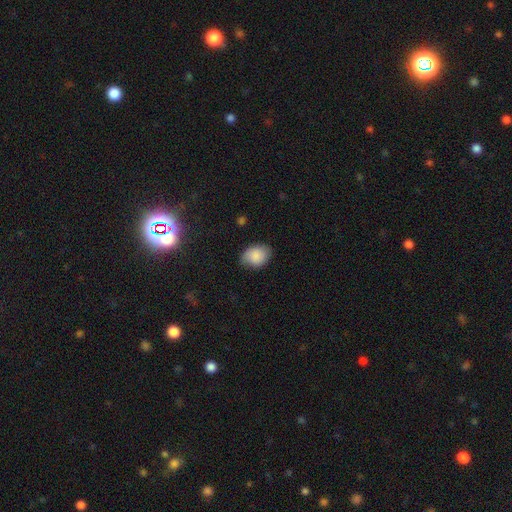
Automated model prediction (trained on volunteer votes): smooth_or_featured: smooth (p=0.84) [alt: featured or disk p=0.08]
how_rounded: in between (p=0.70) [alt: round p=0.29]
merging: none (p=0.73) [alt: minor disturbance p=0.22]